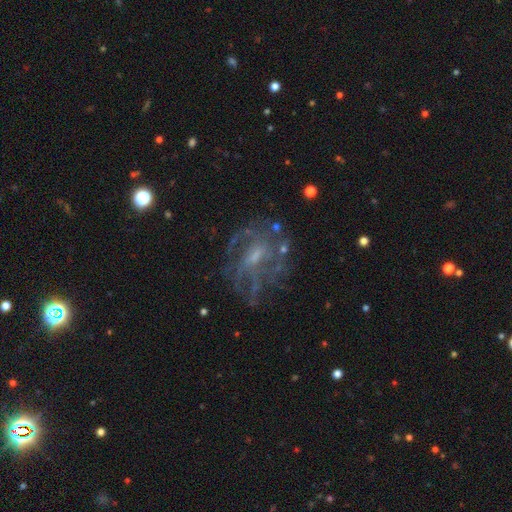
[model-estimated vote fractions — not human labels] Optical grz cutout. It shows a featured or disk galaxy (75%) with no bar (50%), medium (40%) spiral arms (71%) and a small central bulge (48%). Merging: none (60%).